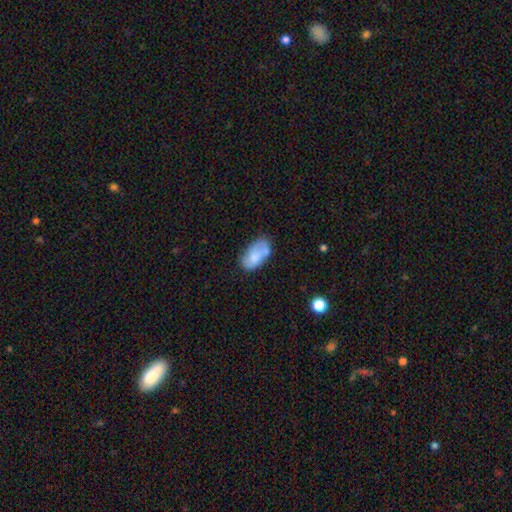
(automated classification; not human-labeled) The model was most divided on "merging": none: 47%, minor disturbance: 29%, merger: 13%, major disturbance: 10%. More confident: how rounded — in between (93%); smooth or featured — smooth (66%).